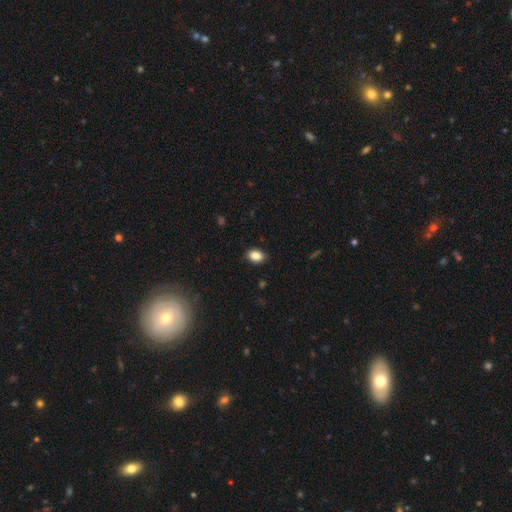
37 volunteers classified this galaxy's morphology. Smooth or featured? smooth (86%)
How rounded? in between (69%)
Merging? none (83%)